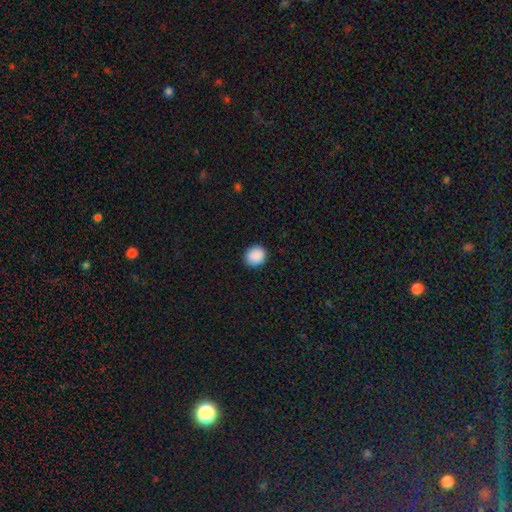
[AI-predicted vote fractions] smooth-or-featured: smooth: 90% | star or artifact: 8% | featured or disk: 2%
  how-rounded: round: 82% | in between: 17% | cigar-shaped: 1%
  merging: none: 91% | minor disturbance: 6% | major disturbance: 2% | merger: 1%